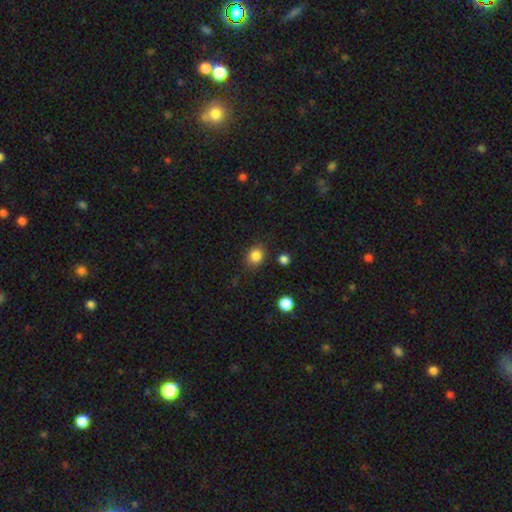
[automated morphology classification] Smooth or featured? smooth (85%)
How rounded? round (68%)
Merging? none (84%)